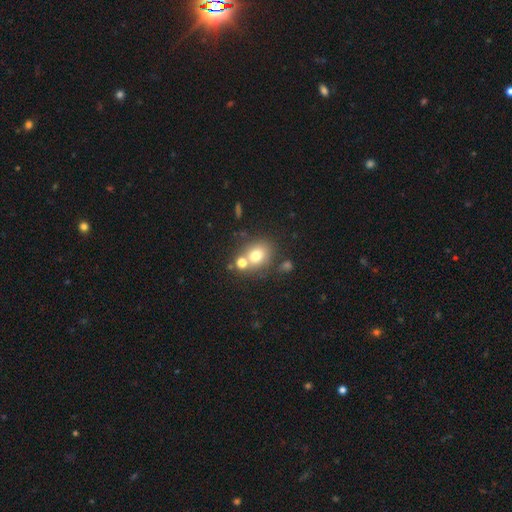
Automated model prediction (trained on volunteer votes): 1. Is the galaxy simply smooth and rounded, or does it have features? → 73% smooth, 14% featured or disk, 13% star or artifact.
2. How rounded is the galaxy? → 55% round, 44% in between, 1% cigar-shaped.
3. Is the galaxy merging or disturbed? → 57% none, 25% merger, 12% minor disturbance, 5% major disturbance.